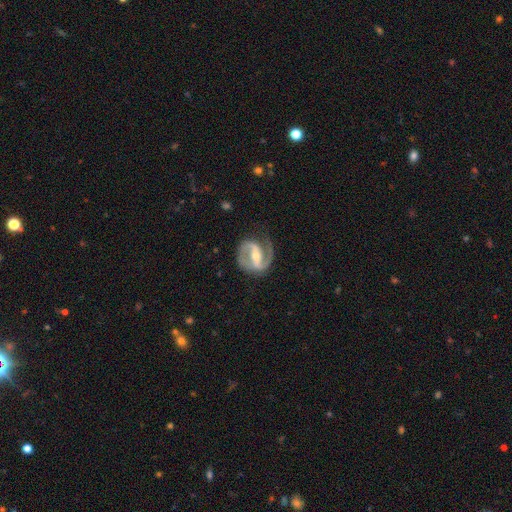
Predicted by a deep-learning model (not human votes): Smooth or featured: featured or disk — 90% (smooth — 6%)
Edge-on disk: no — 97% (yes — 3%)
Bar: strong — 56% (weak — 30%)
Spiral arms: yes — 97% (no — 3%)
Spiral winding: medium — 55% (tight — 27%)
Spiral arm count: 2 — 84% (1 — 10%)
Bulge size: moderate — 49% (small — 48%)
Merging: none — 74% (minor disturbance — 16%)